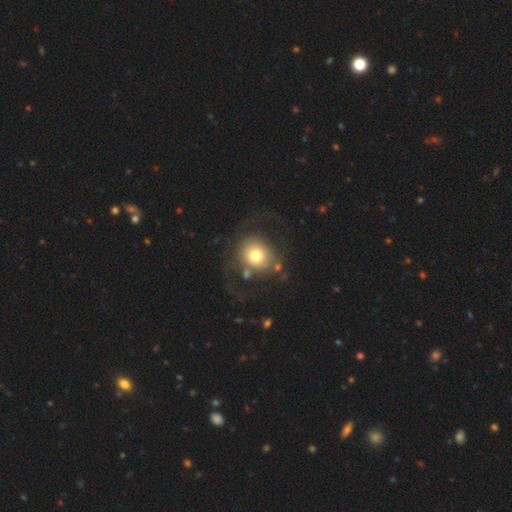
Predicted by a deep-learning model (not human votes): Morphology: type=smooth (69%); roundness=round (80%); merging=none (56%).